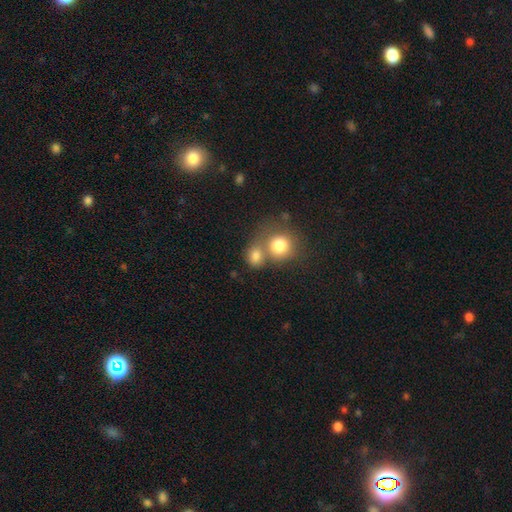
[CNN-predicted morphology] This appears to be a smooth galaxy with no disk features (80%) that is round (67%). Merging: merger (47%).